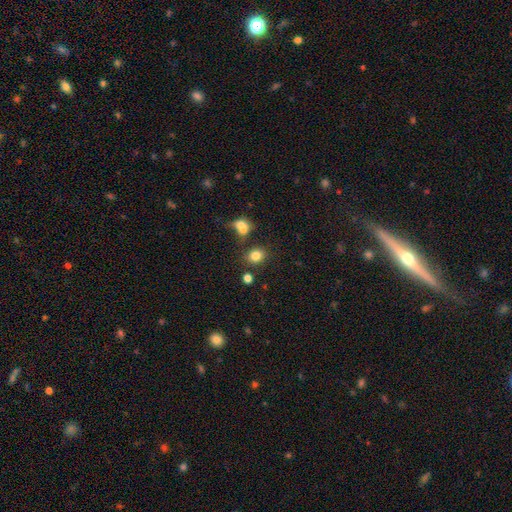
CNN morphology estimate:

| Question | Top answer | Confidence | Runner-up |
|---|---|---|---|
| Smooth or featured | smooth | 81% | star or artifact (12%) |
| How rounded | round | 60% | in between (39%) |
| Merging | none | 71% | merger (13%) |